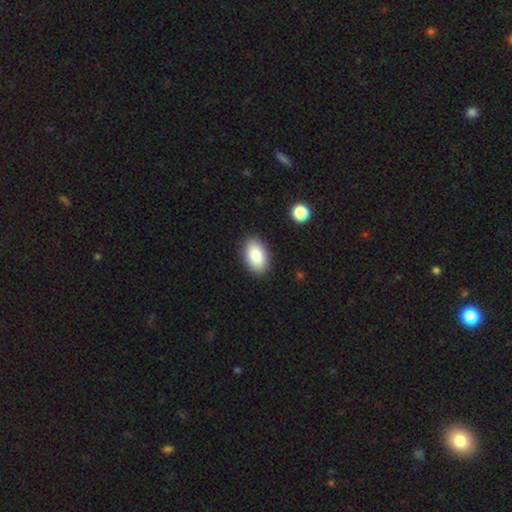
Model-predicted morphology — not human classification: A smooth galaxy with no disk features (85%) that is in between round and cigar-shaped (92%). Merging: none (89%).